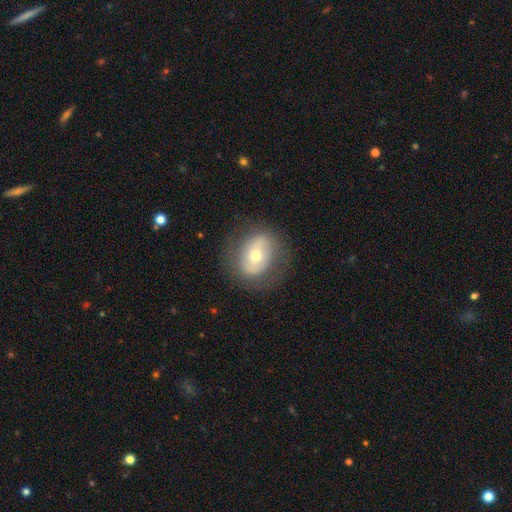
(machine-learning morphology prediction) smooth_or_featured: smooth (p=0.47) [alt: featured or disk p=0.45]
merging: none (p=0.75) [alt: minor disturbance p=0.16]